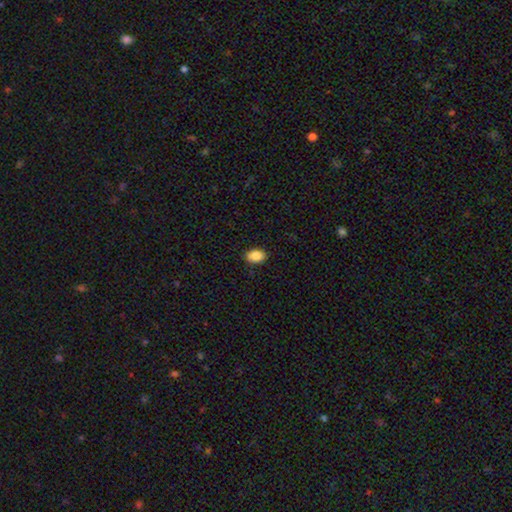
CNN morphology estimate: Smooth or featured: smooth — 87% (star or artifact — 8%)
How rounded: in between — 85% (round — 14%)
Merging: none — 88% (minor disturbance — 9%)